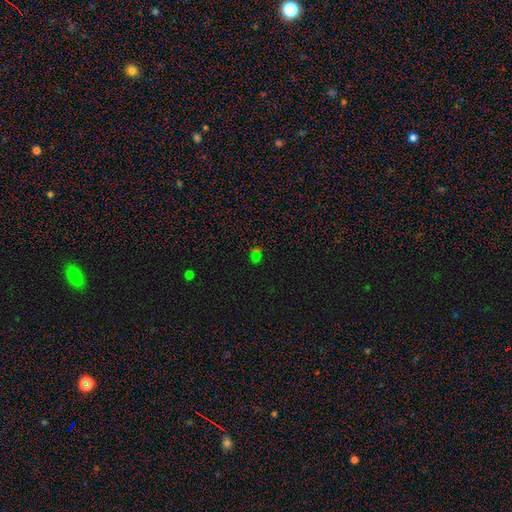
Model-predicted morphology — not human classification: smooth_or_featured: star or artifact (p=0.47) [alt: smooth p=0.45]